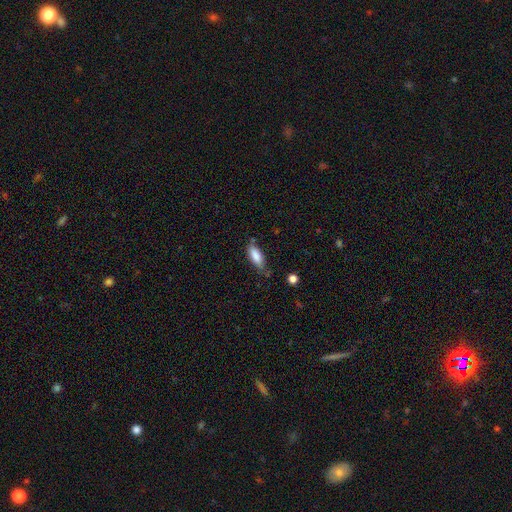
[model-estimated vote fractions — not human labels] Smooth or featured? smooth (84%)
How rounded? in between (75%)
Merging? none (63%)